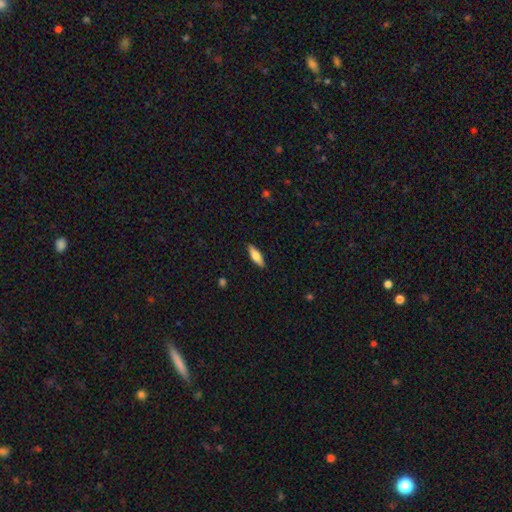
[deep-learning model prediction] Morphology: type=smooth (66%); roundness=cigar-shaped (51%); merging=none (89%).